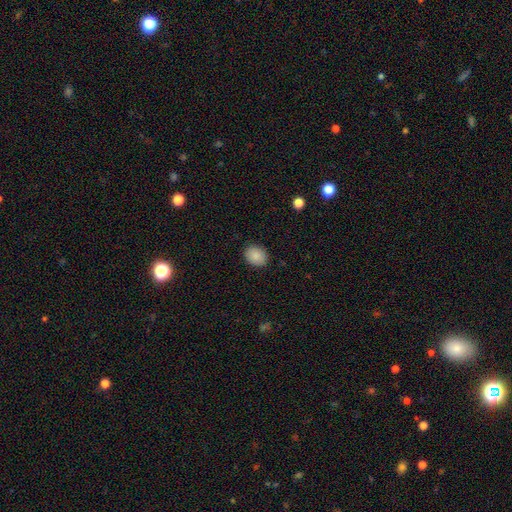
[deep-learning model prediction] The model was most divided on "how rounded": round: 52%, in between: 47%, cigar-shaped: 1%. More confident: merging — none (89%); smooth or featured — smooth (88%).